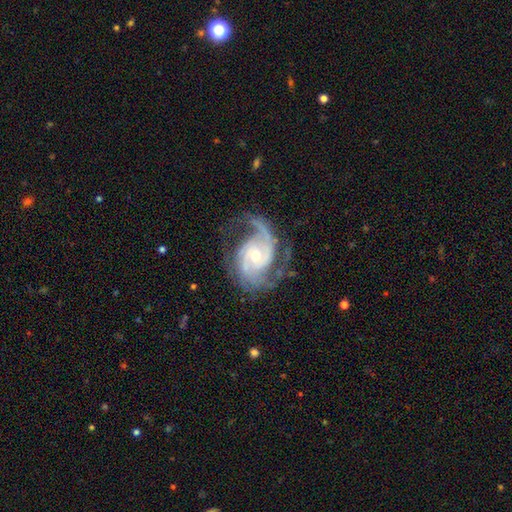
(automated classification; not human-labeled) Overall: featured or disk (91%). Edge-on disk: no (98%). Bar: no (57%; weak 34%). Spiral arms: yes (98%). Spiral arm count: 2 (59%). Spiral winding: medium (48%; tight 33%). Bulge size: moderate (51%; small 44%). Merging: none (65%).